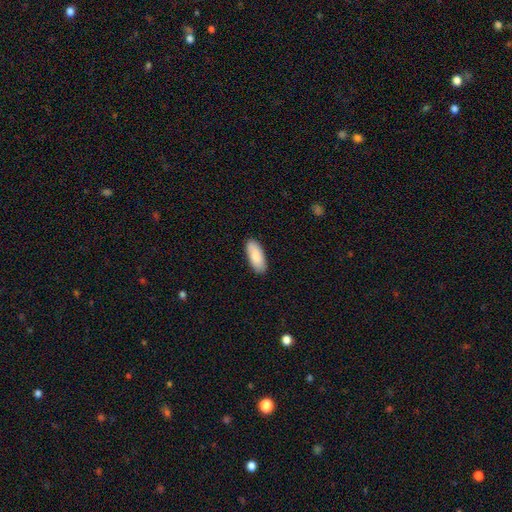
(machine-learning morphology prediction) The model was most divided on "how rounded": in between: 82%, cigar-shaped: 17%, round: 2%. More confident: merging — none (88%); smooth or featured — smooth (87%).